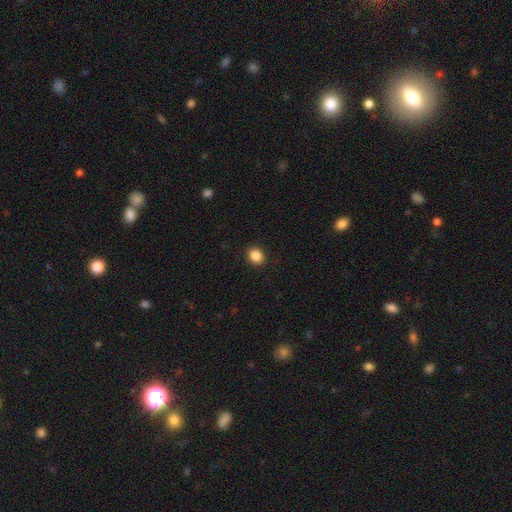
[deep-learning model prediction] This appears to be a smooth galaxy with no disk features (87%) that is round (57%). Merging: none (91%).